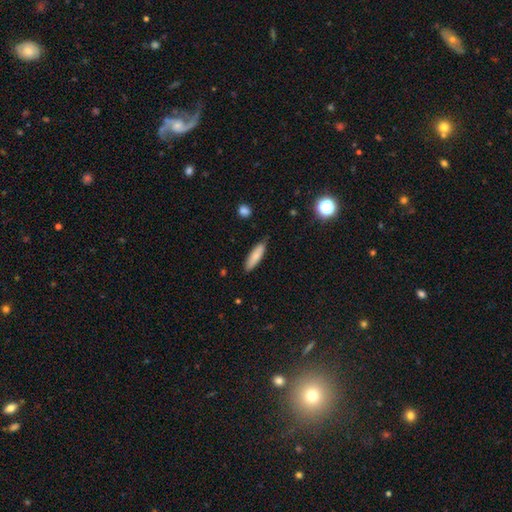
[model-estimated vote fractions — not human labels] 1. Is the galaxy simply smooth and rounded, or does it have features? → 81% smooth, 13% featured or disk, 6% star or artifact.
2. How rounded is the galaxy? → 67% cigar-shaped, 31% in between, 2% round.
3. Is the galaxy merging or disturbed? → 80% none, 16% minor disturbance, 2% major disturbance, 1% merger.